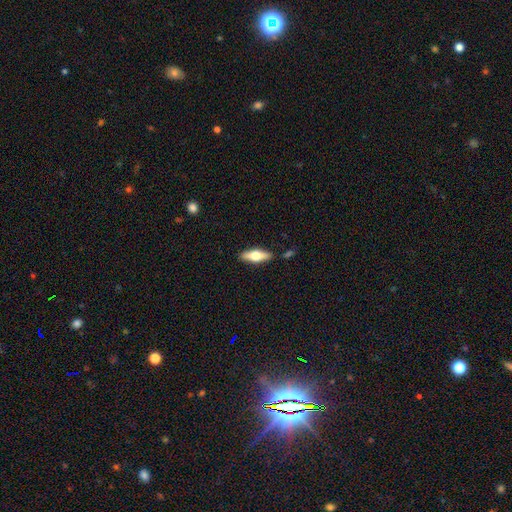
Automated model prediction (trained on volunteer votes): This is possibly a smooth galaxy (52%). How rounded: possibly in between (56%). Merging: clearly none (84%).